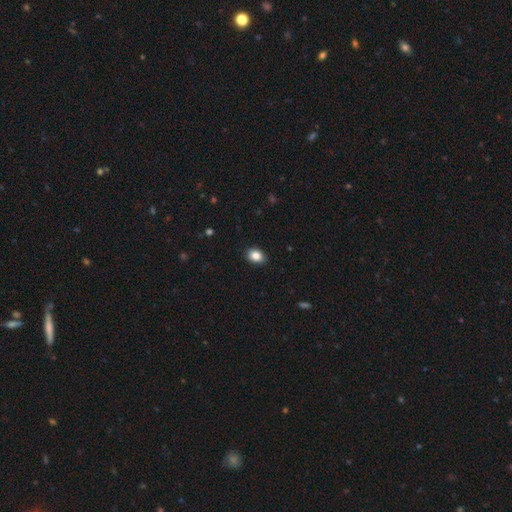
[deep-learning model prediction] A smooth galaxy with no disk features (86%) that is in between round and cigar-shaped (67%). Merging: none (89%).